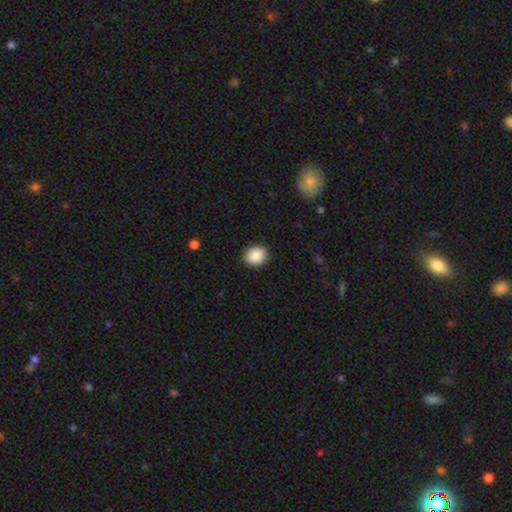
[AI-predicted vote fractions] smooth-or-featured: smooth: 89% | star or artifact: 8% | featured or disk: 4%
  how-rounded: round: 61% | in between: 38% | cigar-shaped: 1%
  merging: none: 90% | minor disturbance: 7% | major disturbance: 2% | merger: 1%